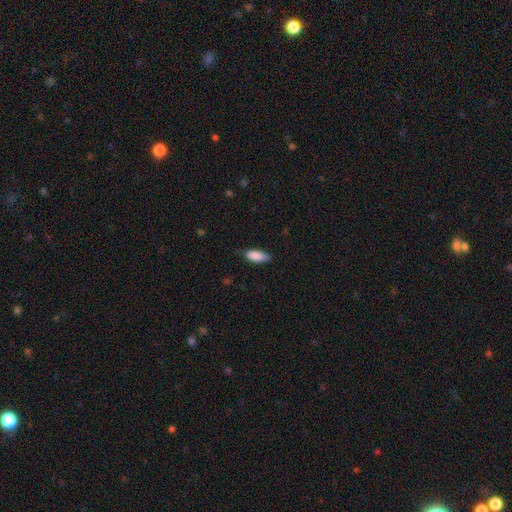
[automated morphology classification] Smooth or featured: smooth — 88% (star or artifact — 6%)
How rounded: in between — 82% (cigar-shaped — 16%)
Merging: none — 73% (minor disturbance — 22%)